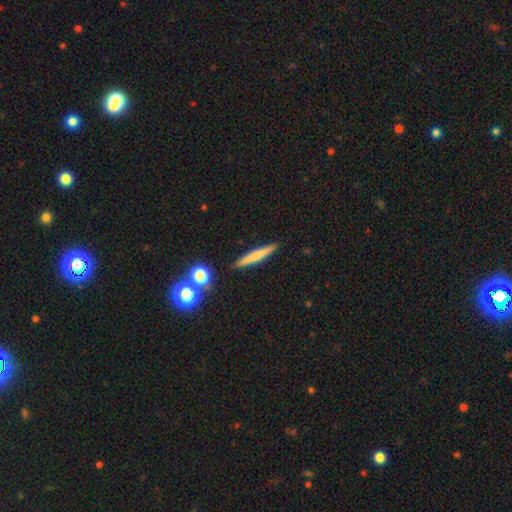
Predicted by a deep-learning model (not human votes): Smooth or featured: smooth — 63% (featured or disk — 29%)
How rounded: cigar-shaped — 94% (in between — 4%)
Merging: none — 89% (minor disturbance — 6%)